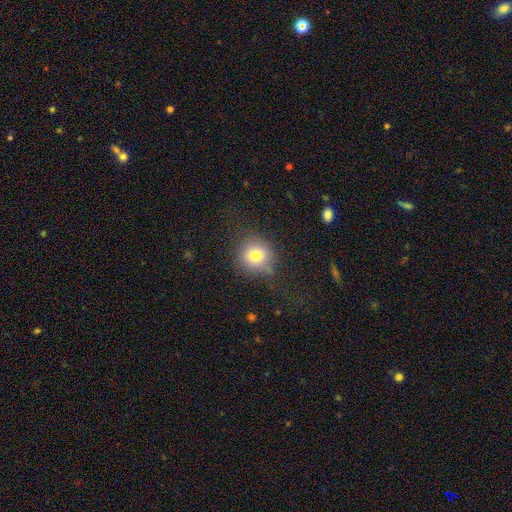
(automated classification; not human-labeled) Smooth or featured?
  - smooth: 73% *
  - star or artifact: 14%
  - featured or disk: 13%
How rounded?
  - round: 89% *
  - in between: 10%
  - cigar-shaped: 1%
Merging?
  - none: 75% *
  - minor disturbance: 17%
  - major disturbance: 7%
  - merger: 2%